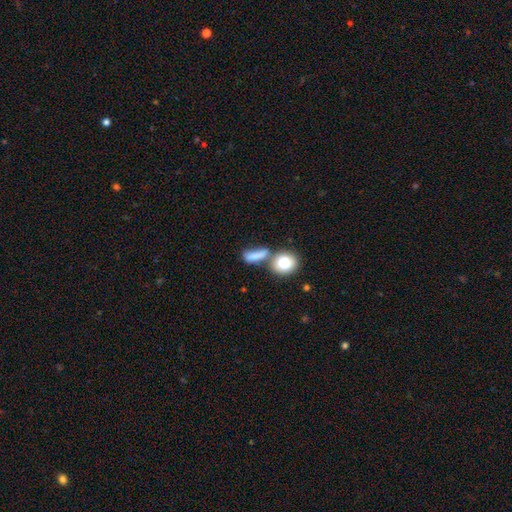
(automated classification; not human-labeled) Smooth or featured?
  - smooth: 79% *
  - featured or disk: 12%
  - star or artifact: 9%
How rounded?
  - in between: 57% *
  - round: 26%
  - cigar-shaped: 17%
Merging?
  - merger: 41% *
  - none: 36%
  - minor disturbance: 13%
  - major disturbance: 10%